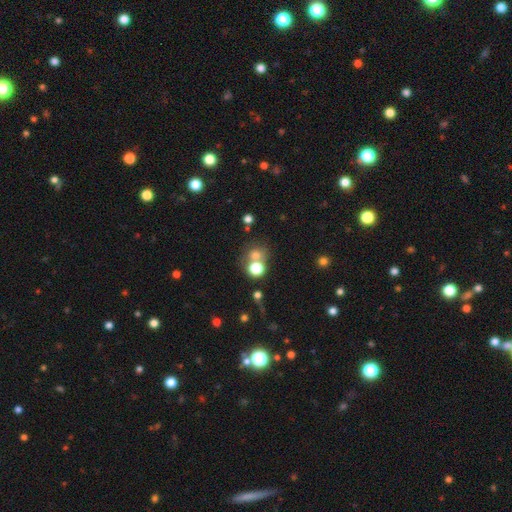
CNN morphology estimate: This appears to be a smooth galaxy with no disk features (69%) that is round (81%). Merging: none (51%).